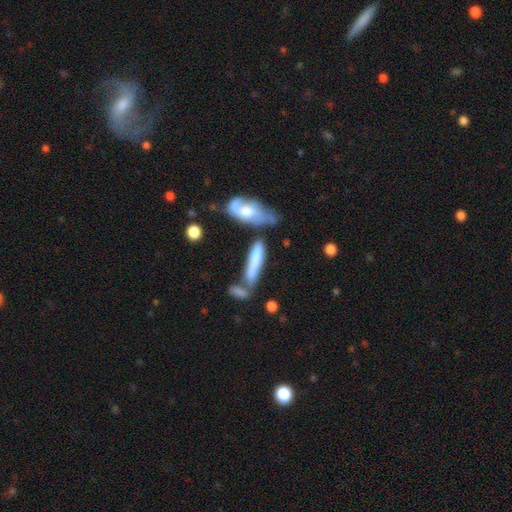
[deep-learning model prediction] This appears to be a smooth galaxy with no disk features (65%) that is cigar-shaped (77%). Merging: none (40%).